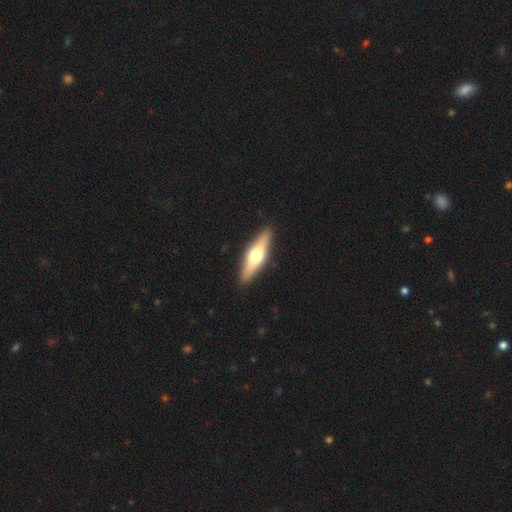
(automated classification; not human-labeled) featured or disk 51%, smooth 44%, star or artifact 5%. Down the decision tree: edge-on disk — yes (90%); merging — none (90%).